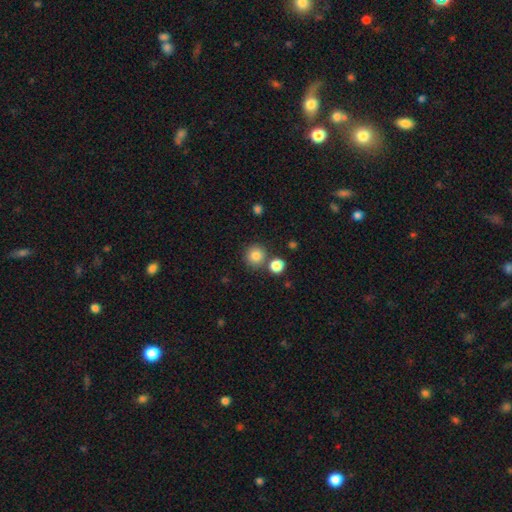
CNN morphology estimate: Smooth or featured? Predicted: smooth (p=0.84). How rounded? Predicted: round (p=0.91). Merging? Predicted: none (p=0.77).